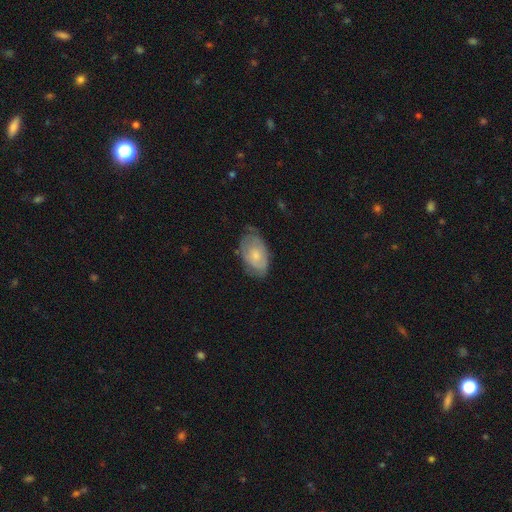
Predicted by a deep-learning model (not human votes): Smooth or featured?
  - smooth: 57% *
  - featured or disk: 37%
  - star or artifact: 6%
How rounded?
  - in between: 91% *
  - round: 7%
  - cigar-shaped: 2%
Merging?
  - none: 60% *
  - minor disturbance: 30%
  - major disturbance: 8%
  - merger: 2%